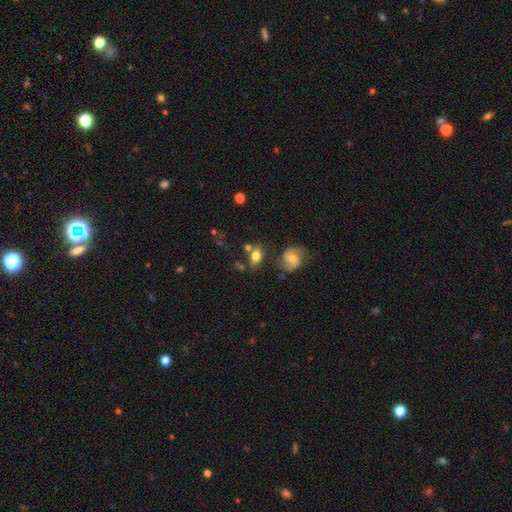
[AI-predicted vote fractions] The model was most divided on "merging": none: 62%, minor disturbance: 16%, merger: 16%, major disturbance: 6%. More confident: how rounded — in between (82%); smooth or featured — smooth (73%).